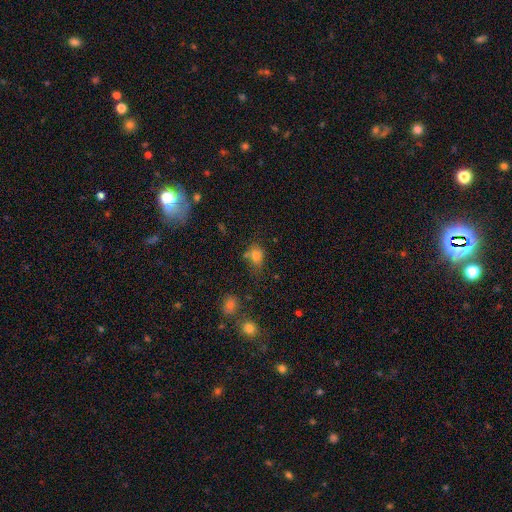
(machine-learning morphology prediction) type=smooth (75%); roundness=in between (61%); merging=none (56%).